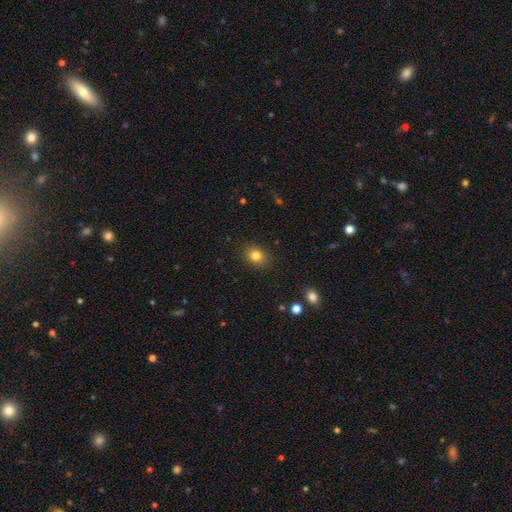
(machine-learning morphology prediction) smooth 82%, star or artifact 11%, featured or disk 6%. Down the decision tree: how rounded — round (52%); merging — none (88%).